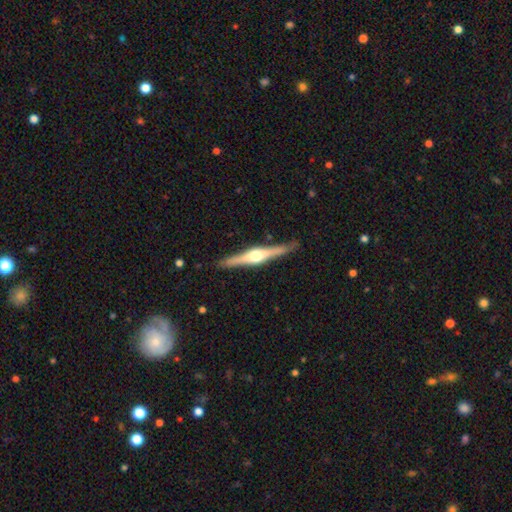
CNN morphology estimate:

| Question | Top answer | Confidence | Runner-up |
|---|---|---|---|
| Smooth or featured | featured or disk | 80% | smooth (15%) |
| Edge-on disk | yes | 98% | no (2%) |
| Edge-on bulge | rounded | 93% | boxy (5%) |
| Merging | none | 88% | minor disturbance (9%) |